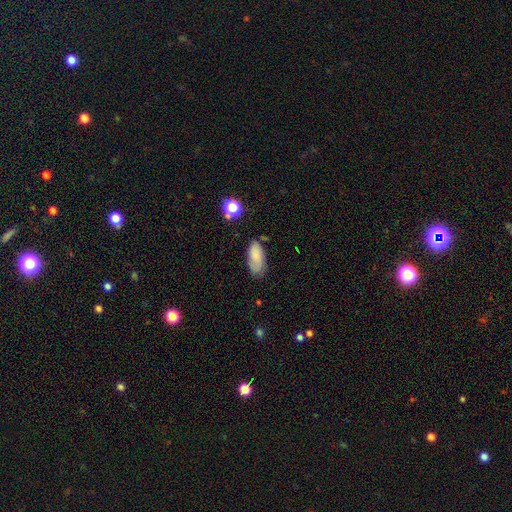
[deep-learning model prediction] smooth 79%, featured or disk 13%, star or artifact 9%. Down the decision tree: how rounded — in between (88%); merging — none (69%).